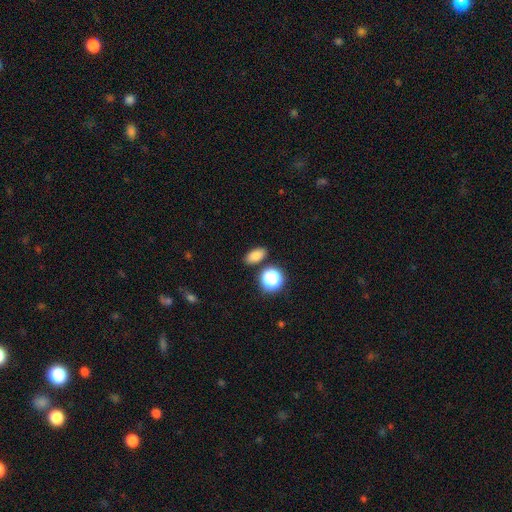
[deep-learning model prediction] Smooth or featured: smooth — 78% (star or artifact — 15%)
How rounded: in between — 84% (round — 14%)
Merging: none — 82% (minor disturbance — 10%)